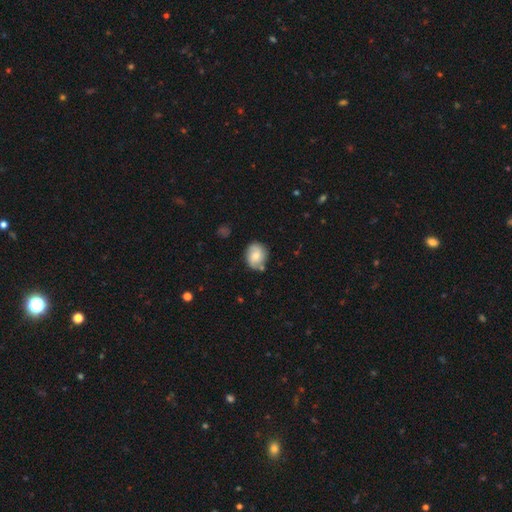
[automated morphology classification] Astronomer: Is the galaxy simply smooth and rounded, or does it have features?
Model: smooth — 66%.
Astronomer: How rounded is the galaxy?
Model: round — 61% (runner-up: in between, 38%).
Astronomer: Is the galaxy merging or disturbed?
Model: none — 71%.